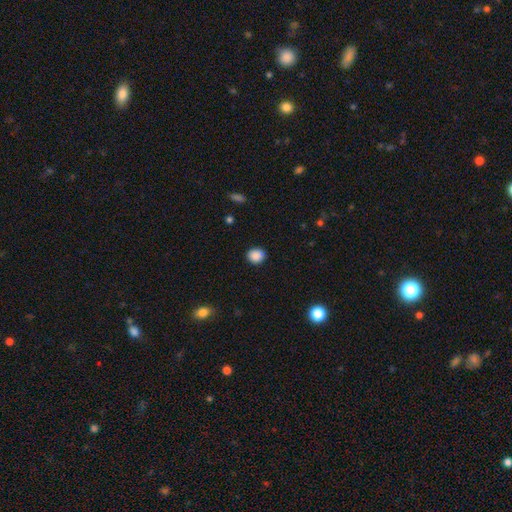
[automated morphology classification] smooth-or-featured: smooth: 86% | star or artifact: 10% | featured or disk: 4%
  how-rounded: round: 76% | in between: 23% | cigar-shaped: 1%
  merging: none: 83% | minor disturbance: 12% | major disturbance: 3% | merger: 2%